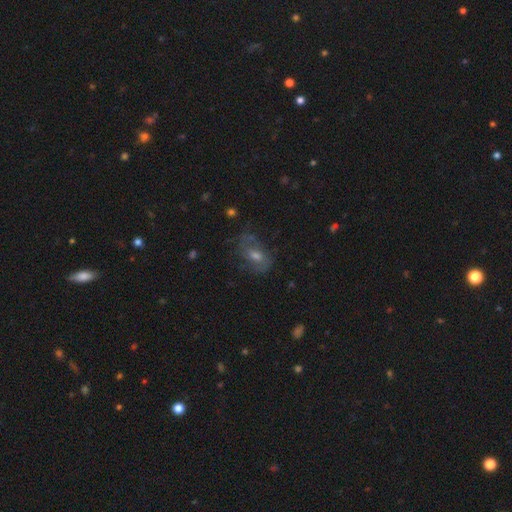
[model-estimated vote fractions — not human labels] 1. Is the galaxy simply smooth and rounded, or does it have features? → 51% featured or disk, 33% smooth, 17% star or artifact.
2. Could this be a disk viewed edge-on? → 94% no, 6% yes.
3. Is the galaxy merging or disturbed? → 60% none, 22% minor disturbance, 15% major disturbance, 2% merger.